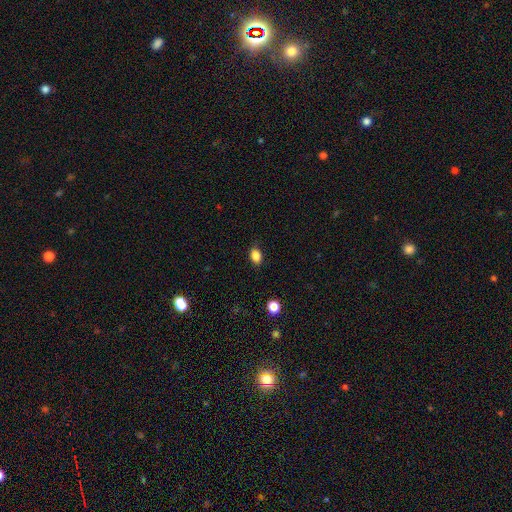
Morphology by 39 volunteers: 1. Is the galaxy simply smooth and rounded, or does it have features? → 90% smooth, 8% star or artifact, 3% featured or disk.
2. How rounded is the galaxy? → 74% in between, 26% round, 0% cigar-shaped.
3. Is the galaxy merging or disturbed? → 89% none, 6% minor disturbance, 6% merger, 0% major disturbance.